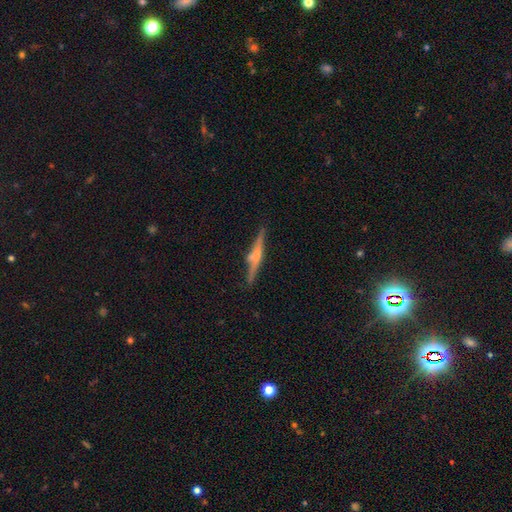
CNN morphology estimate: This is likely a featured or disk galaxy (68%). It is clearly viewed edge-on (97%). Edge-on bulge: likely rounded (67%). Merging: clearly none (82%).